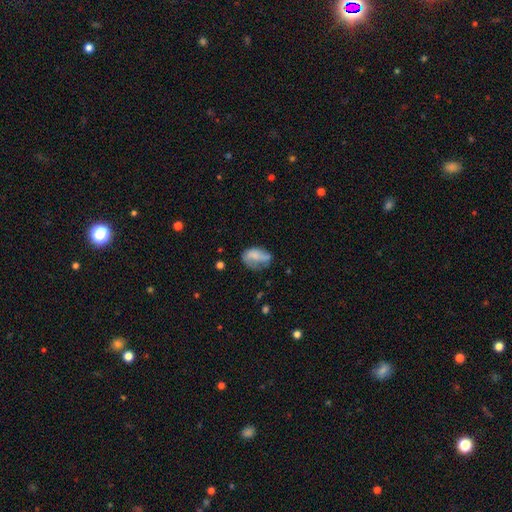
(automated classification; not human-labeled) Smooth or featured? smooth (64%)
How rounded? in between (84%)
Merging? none (36%)